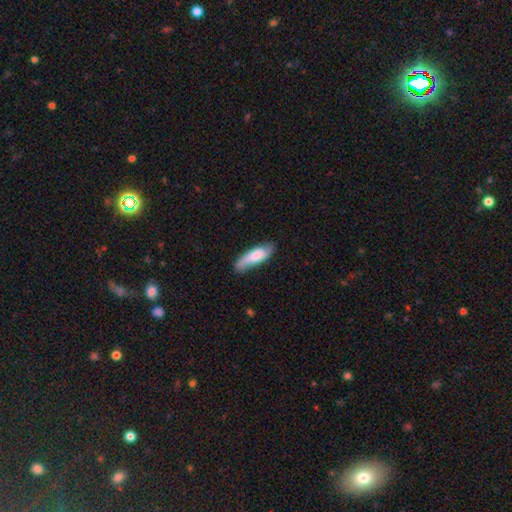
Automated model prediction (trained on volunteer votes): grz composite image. It shows a smooth galaxy with no disk features (67%) that is cigar-shaped (50%). Merging: none (72%).